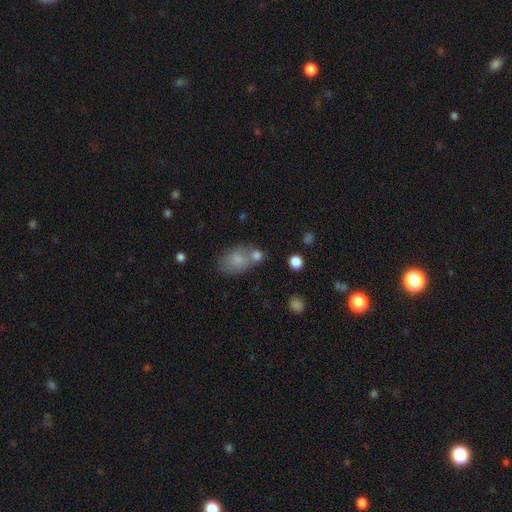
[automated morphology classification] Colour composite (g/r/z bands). It shows a smooth galaxy with no disk features (68%) that is in between round and cigar-shaped (74%). Merging: none (59%).